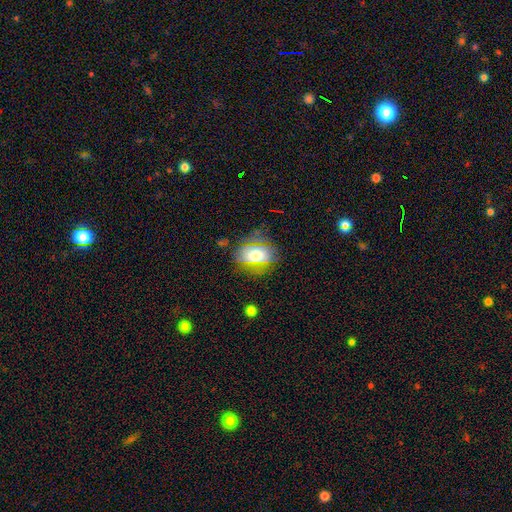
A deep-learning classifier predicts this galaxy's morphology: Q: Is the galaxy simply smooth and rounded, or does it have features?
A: smooth — 62%.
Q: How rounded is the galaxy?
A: in between — 63%.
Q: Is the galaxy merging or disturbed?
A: none — 67%.